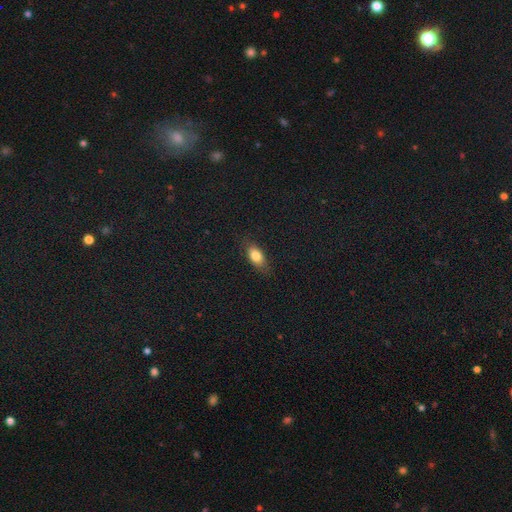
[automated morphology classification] This is likely a smooth galaxy (79%). How rounded: clearly in between (83%). Merging: likely none (78%).